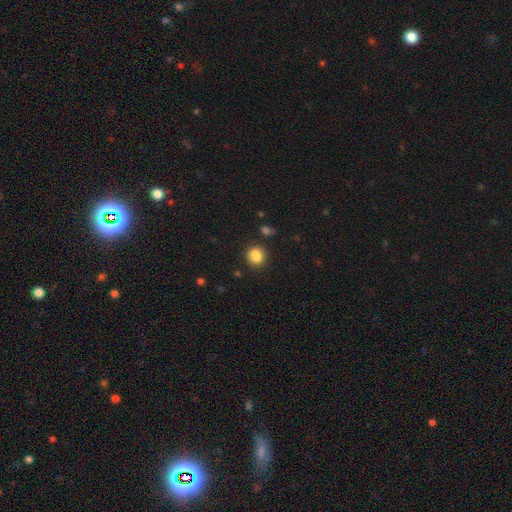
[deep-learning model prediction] smooth_or_featured: smooth (p=0.86) [alt: star or artifact p=0.10]
how_rounded: round (p=0.79) [alt: in between p=0.20]
merging: none (p=0.83) [alt: minor disturbance p=0.11]